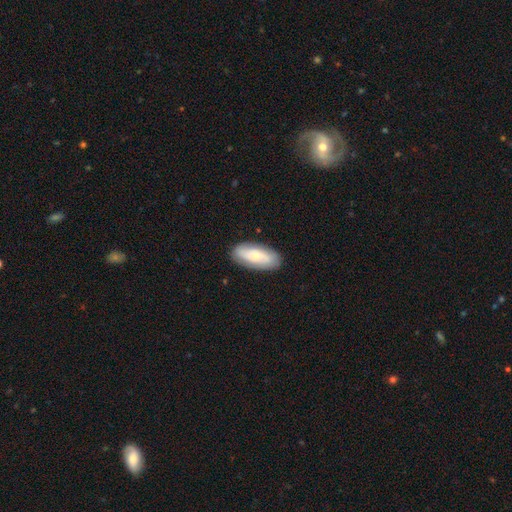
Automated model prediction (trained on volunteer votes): Smooth or featured?
  - smooth: 57% *
  - featured or disk: 37%
  - star or artifact: 6%
How rounded?
  - in between: 84% *
  - cigar-shaped: 14%
  - round: 3%
Merging?
  - none: 86% *
  - minor disturbance: 11%
  - major disturbance: 2%
  - merger: 1%